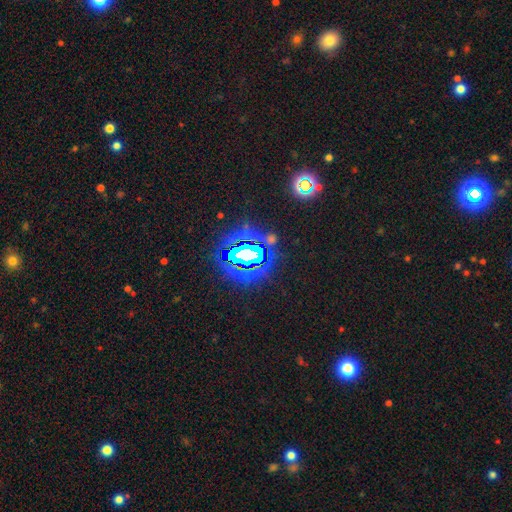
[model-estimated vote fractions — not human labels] Smooth or featured: star or artifact — 80% (smooth — 11%)